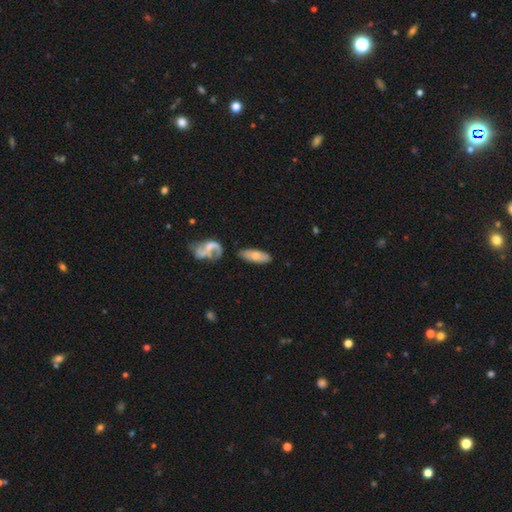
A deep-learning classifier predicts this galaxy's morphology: Smooth or featured? smooth (63%)
How rounded? in between (69%)
Merging? none (75%)